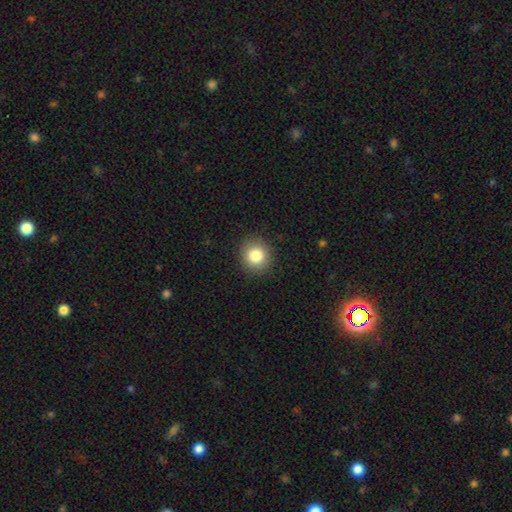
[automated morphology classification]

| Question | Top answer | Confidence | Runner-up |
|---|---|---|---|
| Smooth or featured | smooth | 83% | star or artifact (10%) |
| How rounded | round | 89% | in between (10%) |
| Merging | none | 90% | minor disturbance (6%) |